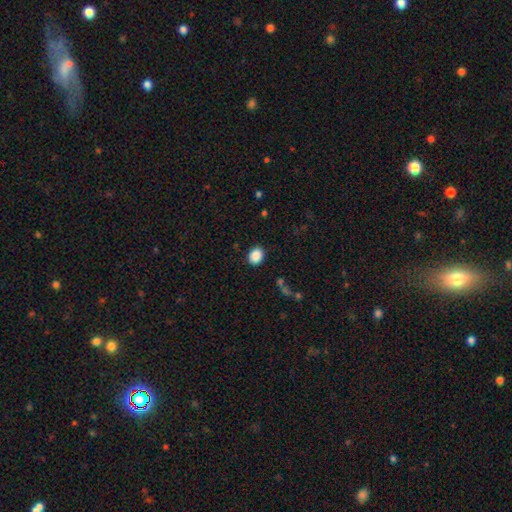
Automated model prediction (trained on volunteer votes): smooth_or_featured: smooth (p=0.88) [alt: star or artifact p=0.09]
how_rounded: round (p=0.52) [alt: in between p=0.47]
merging: none (p=0.88) [alt: minor disturbance p=0.08]